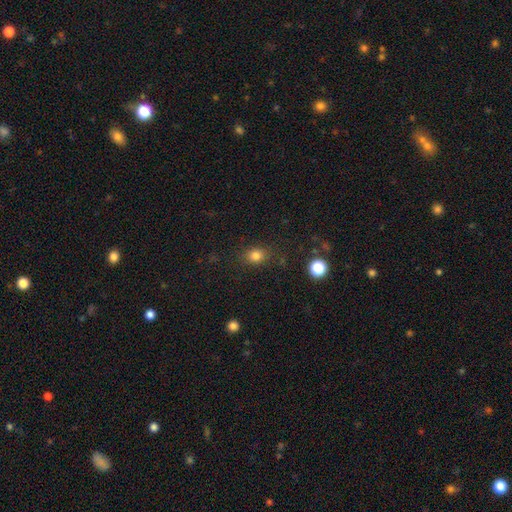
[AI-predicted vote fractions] Overall: smooth (80%). How rounded: round (52%; in between 47%). Merging: none (83%).